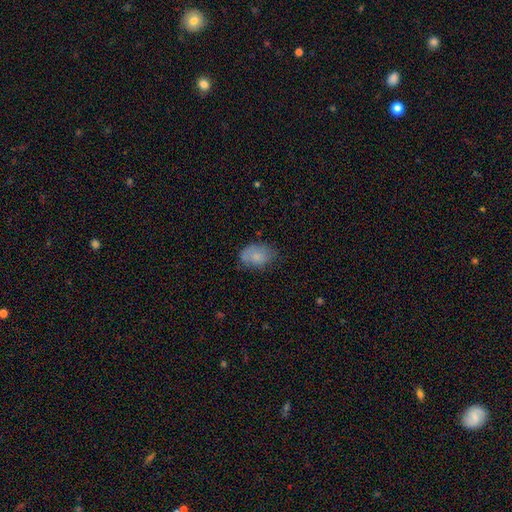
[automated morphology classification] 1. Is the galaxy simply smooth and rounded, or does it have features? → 76% smooth, 16% featured or disk, 8% star or artifact.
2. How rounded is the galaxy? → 77% in between, 22% round, 1% cigar-shaped.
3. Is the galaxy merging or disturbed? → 58% none, 30% minor disturbance, 10% major disturbance, 3% merger.